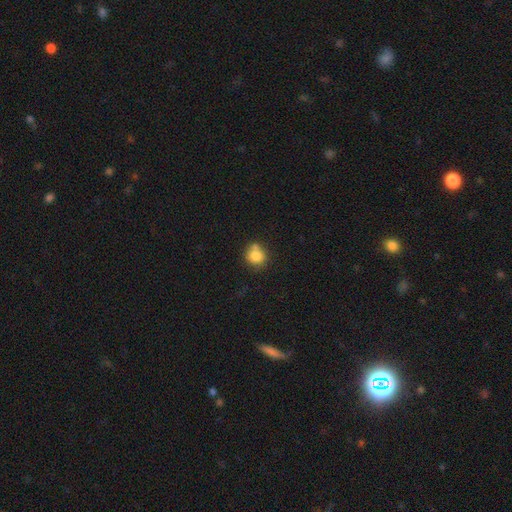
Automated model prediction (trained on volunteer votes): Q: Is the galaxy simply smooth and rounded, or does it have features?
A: smooth — 80%.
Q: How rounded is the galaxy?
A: round — 83%.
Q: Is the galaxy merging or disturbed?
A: none — 56%.